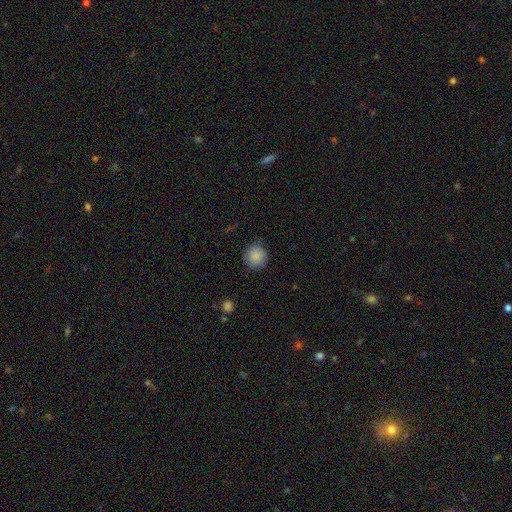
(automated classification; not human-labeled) A smooth galaxy with no disk features (87%) that is round (91%).

Vote fractions:
- Smooth or featured? smooth: 87% / star or artifact: 8% / featured or disk: 5%
- How rounded? round: 91% / in between: 8% / cigar-shaped: 1%
- Merging? none: 81% / minor disturbance: 14% / major disturbance: 3% / merger: 1%